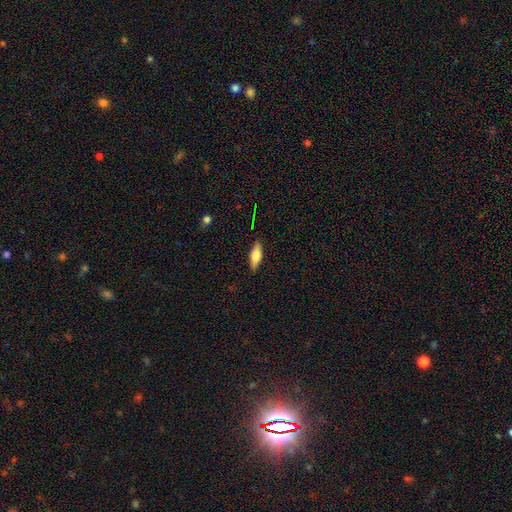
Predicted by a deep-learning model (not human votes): smooth-or-featured: smooth: 64% | featured or disk: 29% | star or artifact: 7%
  how-rounded: in between: 60% | cigar-shaped: 38% | round: 3%
  merging: none: 87% | minor disturbance: 10% | major disturbance: 2% | merger: 1%